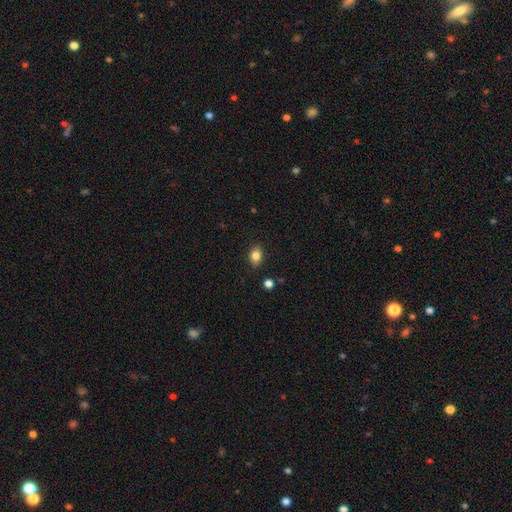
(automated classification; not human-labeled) Smooth or featured?
  - smooth: 82% *
  - star or artifact: 10%
  - featured or disk: 9%
How rounded?
  - in between: 73% *
  - round: 25%
  - cigar-shaped: 2%
Merging?
  - none: 85% *
  - minor disturbance: 11%
  - major disturbance: 2%
  - merger: 2%